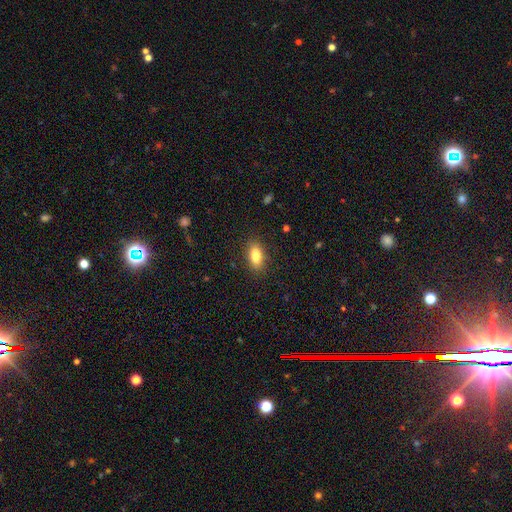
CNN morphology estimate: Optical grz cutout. It shows a smooth galaxy with no disk features (83%) that is in between round and cigar-shaped (85%). Merging: none (87%).